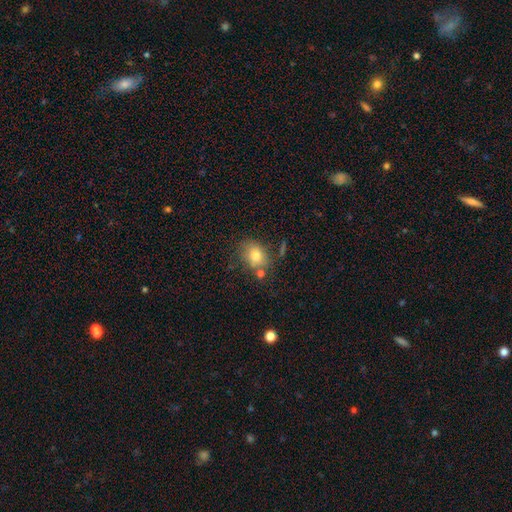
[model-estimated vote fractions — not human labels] Smooth or featured: smooth — 75% (featured or disk — 14%)
How rounded: in between — 54% (round — 44%)
Merging: none — 64% (minor disturbance — 17%)